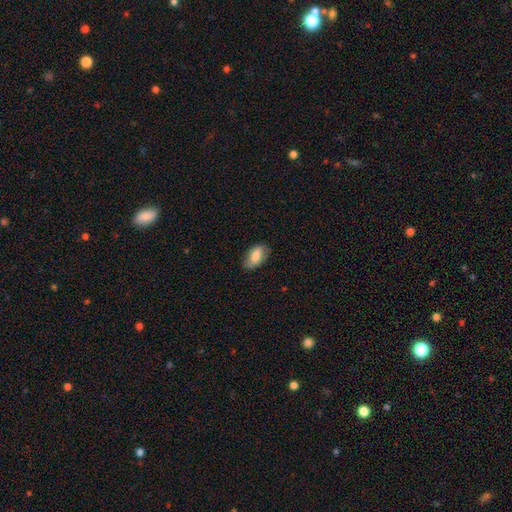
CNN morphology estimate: smooth_or_featured: smooth (p=0.75) [alt: featured or disk p=0.18]
how_rounded: in between (p=0.91) [alt: round p=0.04]
merging: none (p=0.78) [alt: minor disturbance p=0.17]